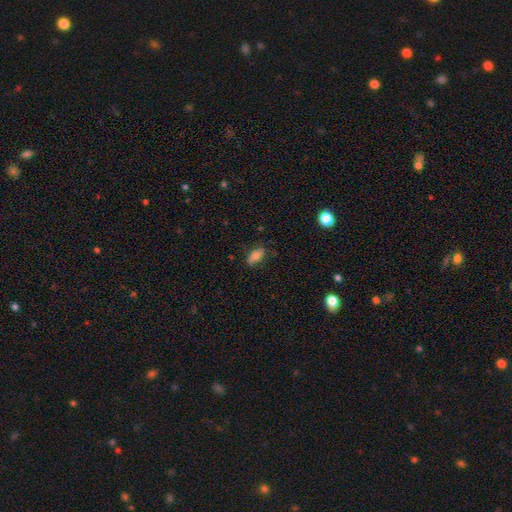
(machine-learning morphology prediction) smooth-or-featured: smooth: 75% | featured or disk: 17% | star or artifact: 8%
  how-rounded: in between: 87% | cigar-shaped: 9% | round: 4%
  merging: none: 78% | minor disturbance: 17% | major disturbance: 3% | merger: 1%